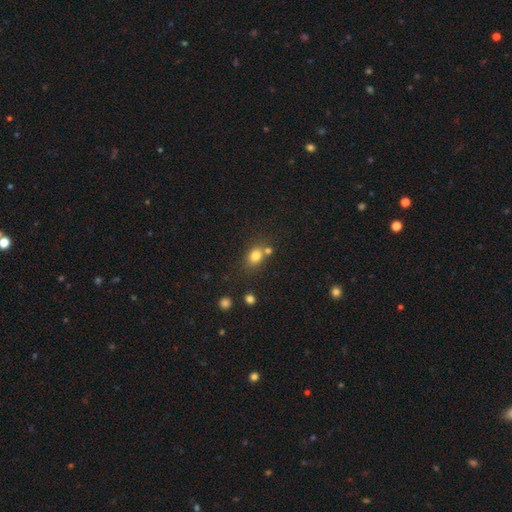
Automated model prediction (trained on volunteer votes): This appears to be a smooth galaxy with no disk features (80%) that is in between round and cigar-shaped (55%). Merging: none (60%).